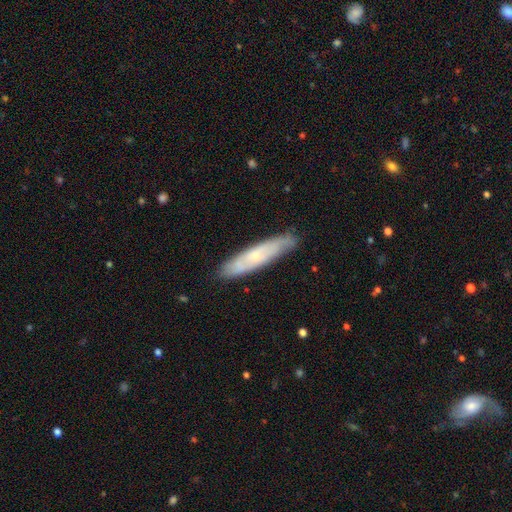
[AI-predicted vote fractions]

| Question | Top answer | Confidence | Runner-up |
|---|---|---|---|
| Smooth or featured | featured or disk | 49% | smooth (44%) |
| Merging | none | 82% | minor disturbance (14%) |